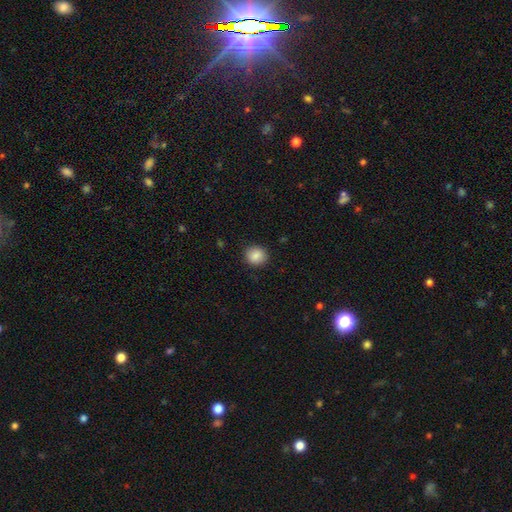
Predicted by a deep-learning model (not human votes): smooth_or_featured: smooth (p=0.87) [alt: star or artifact p=0.09]
how_rounded: round (p=0.84) [alt: in between p=0.15]
merging: none (p=0.89) [alt: minor disturbance p=0.07]